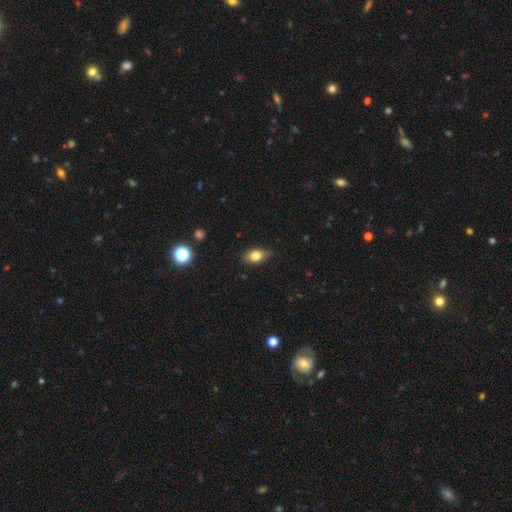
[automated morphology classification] type=smooth (77%); roundness=in between (84%); merging=none (83%).